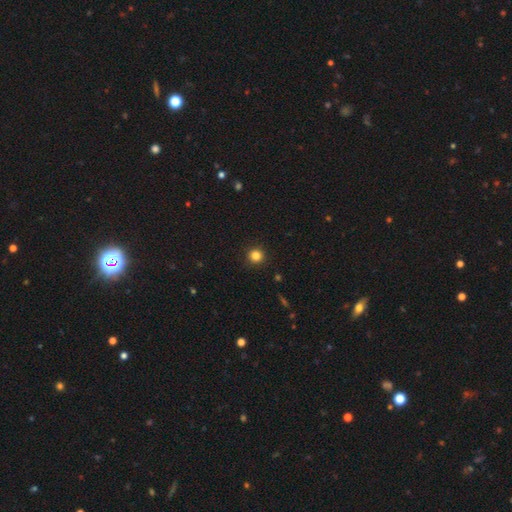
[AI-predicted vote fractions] Overall: smooth (83%). How rounded: round (95%). Merging: none (92%).